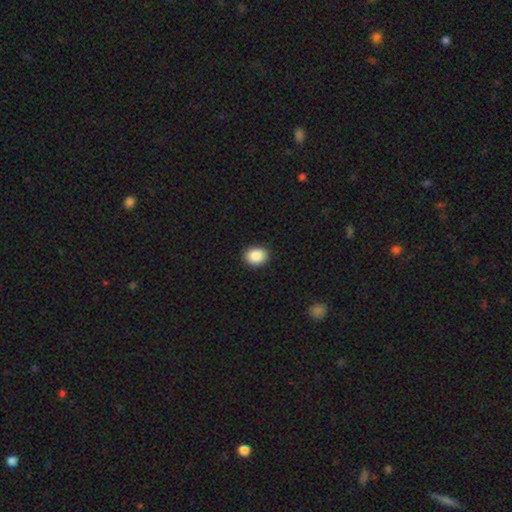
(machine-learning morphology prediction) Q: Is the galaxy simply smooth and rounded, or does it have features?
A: smooth — 89%.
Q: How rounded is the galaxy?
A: in between — 53%.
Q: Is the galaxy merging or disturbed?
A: none — 91%.